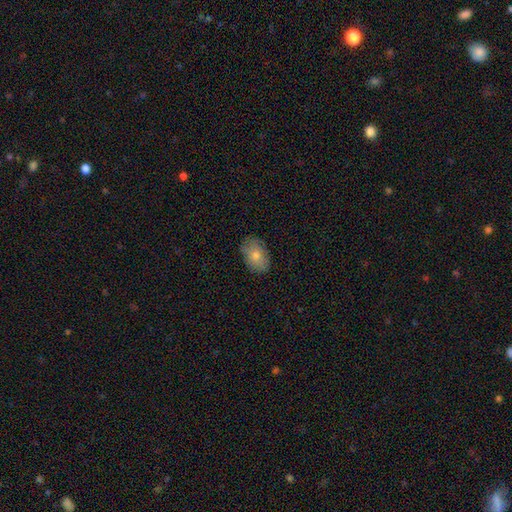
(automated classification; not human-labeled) Overall: smooth (79%). How rounded: in between (86%). Merging: none (82%).